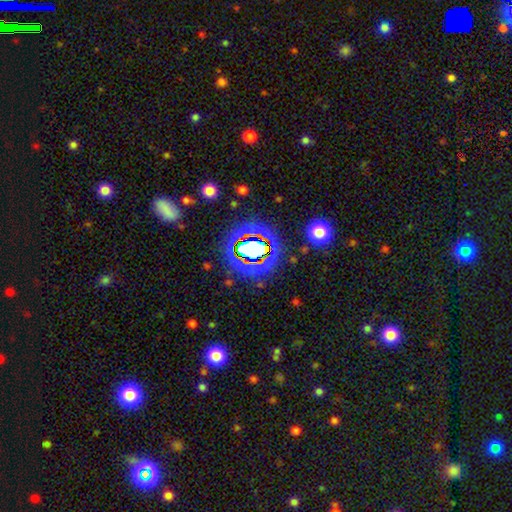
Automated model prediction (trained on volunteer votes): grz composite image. It shows a star or artifact, not a galaxy (66%).